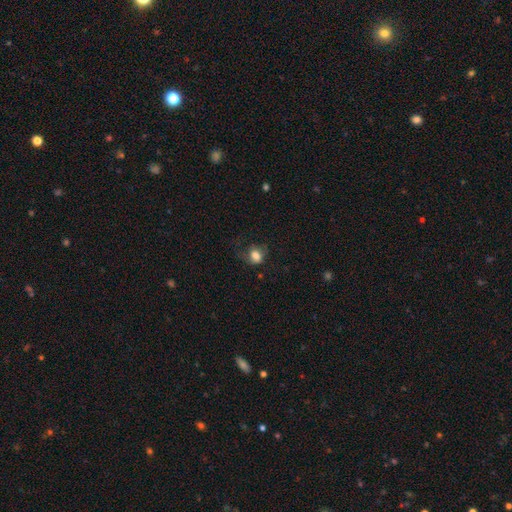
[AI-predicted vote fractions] smooth_or_featured: smooth (p=0.78) [alt: featured or disk p=0.12]
how_rounded: round (p=0.51) [alt: in between p=0.48]
merging: none (p=0.44) [alt: major disturbance p=0.28]